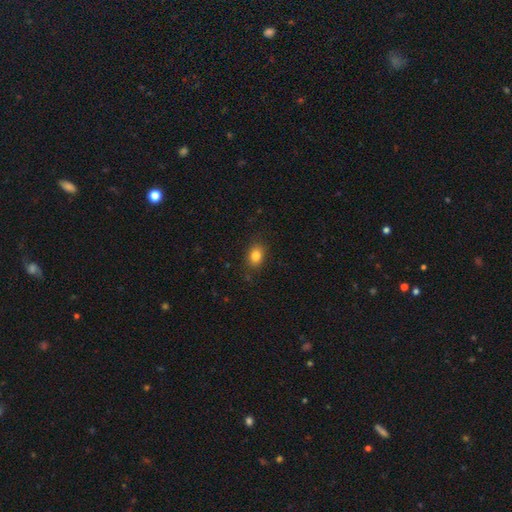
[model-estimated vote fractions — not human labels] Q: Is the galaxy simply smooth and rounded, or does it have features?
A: smooth — 83%.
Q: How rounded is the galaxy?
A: in between — 66%.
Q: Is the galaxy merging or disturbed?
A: none — 85%.